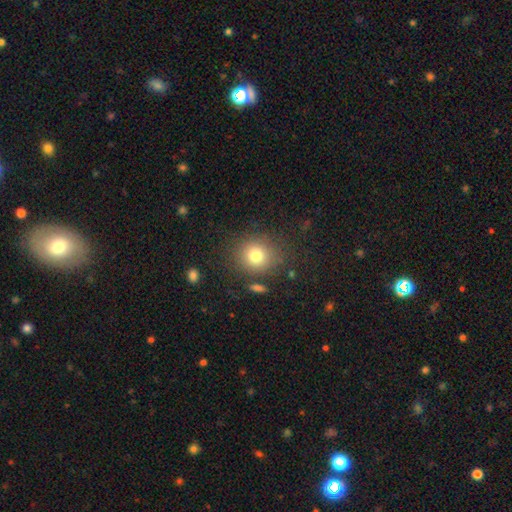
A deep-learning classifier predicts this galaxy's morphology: A smooth galaxy with no disk features (78%) that is round (84%). Merging: none (82%).